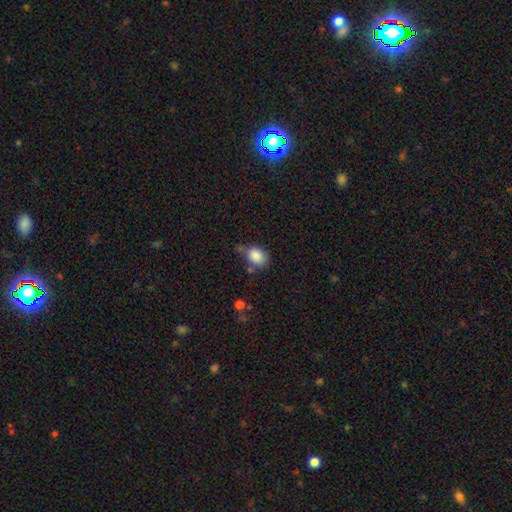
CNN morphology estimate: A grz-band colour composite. It shows a smooth galaxy with no disk features (86%) that is in between round and cigar-shaped (69%). Merging: none (61%).